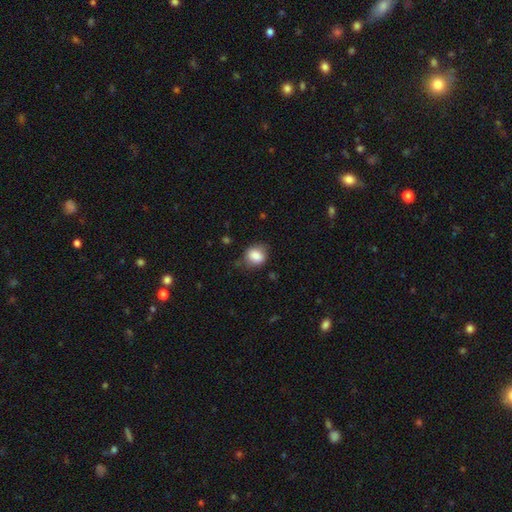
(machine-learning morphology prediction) The model was most divided on "how rounded": round: 62%, in between: 37%, cigar-shaped: 1%. More confident: smooth or featured — smooth (84%); merging — none (73%).